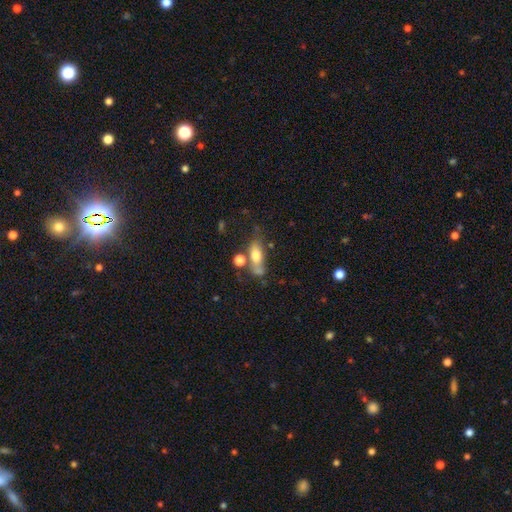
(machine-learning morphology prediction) Smooth or featured: smooth — 69% (featured or disk — 21%)
How rounded: in between — 70% (cigar-shaped — 22%)
Merging: none — 44% (merger — 25%)